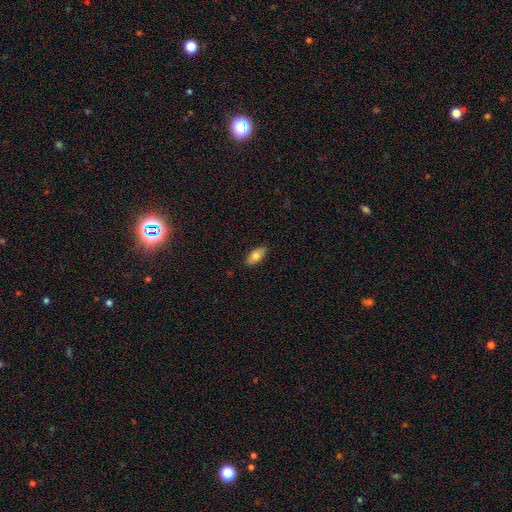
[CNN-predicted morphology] This appears to be a smooth galaxy with no disk features (79%) that is in between round and cigar-shaped (89%). Merging: none (88%).